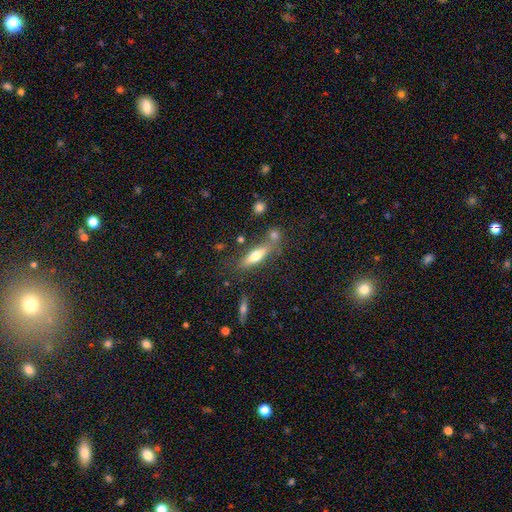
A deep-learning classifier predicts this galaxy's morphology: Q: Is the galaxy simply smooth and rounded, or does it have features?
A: smooth — 55%.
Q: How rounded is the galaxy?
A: cigar-shaped — 61%.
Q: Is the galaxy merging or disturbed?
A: none — 62%.